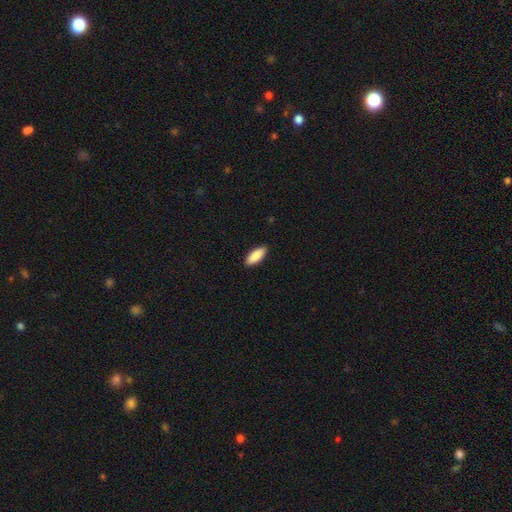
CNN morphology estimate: Smooth or featured: smooth — 89% (featured or disk — 6%)
How rounded: in between — 74% (cigar-shaped — 24%)
Merging: none — 89% (minor disturbance — 8%)